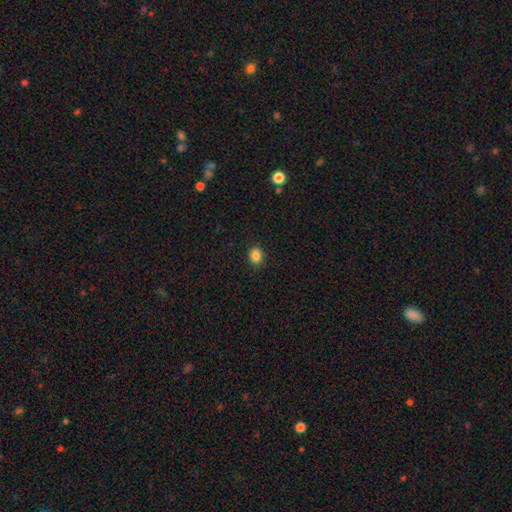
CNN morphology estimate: smooth-or-featured: smooth: 86% | star or artifact: 11% | featured or disk: 4%
  how-rounded: round: 66% | in between: 34% | cigar-shaped: 1%
  merging: none: 91% | minor disturbance: 6% | major disturbance: 2% | merger: 1%